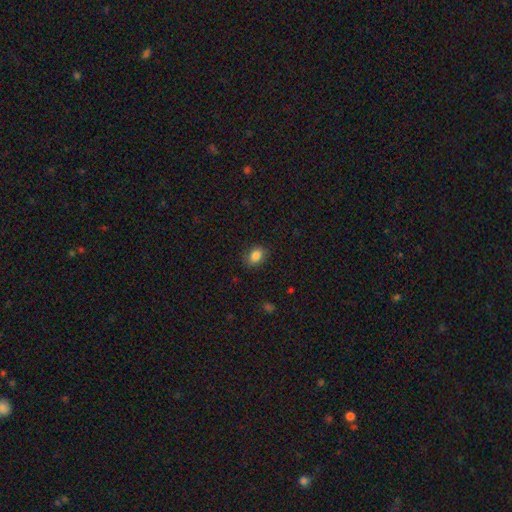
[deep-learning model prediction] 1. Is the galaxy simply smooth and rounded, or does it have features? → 86% smooth, 9% star or artifact, 5% featured or disk.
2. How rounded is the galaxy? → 71% in between, 28% round, 1% cigar-shaped.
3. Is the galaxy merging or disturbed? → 84% none, 12% minor disturbance, 3% major disturbance, 1% merger.